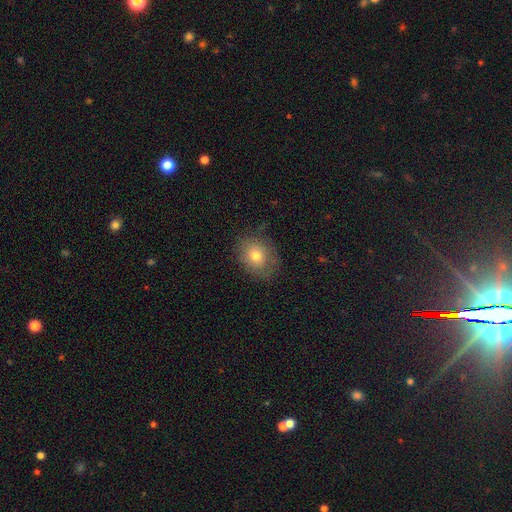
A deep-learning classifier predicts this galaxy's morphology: Overall: smooth (75%). How rounded: round (50%; in between 49%). Merging: none (77%).